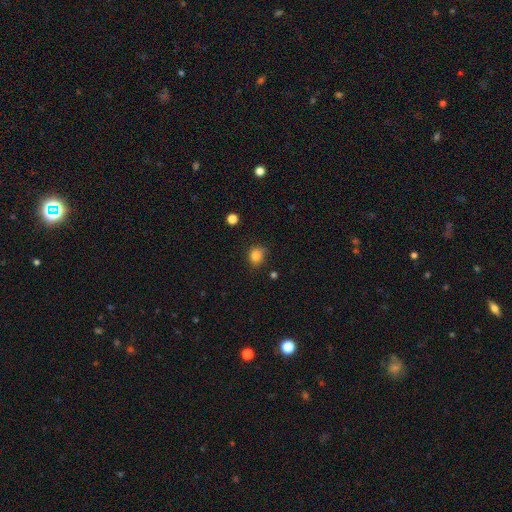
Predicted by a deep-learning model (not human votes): This is clearly a smooth galaxy (82%). How rounded: likely round (64%). Merging: likely none (73%).